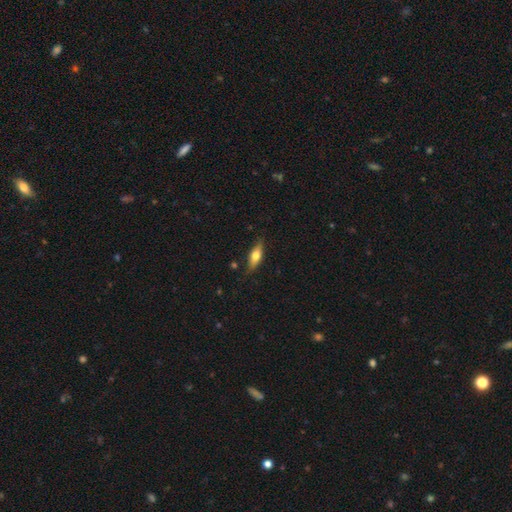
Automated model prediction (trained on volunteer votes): Smooth or featured?
  - smooth: 61% *
  - featured or disk: 32%
  - star or artifact: 6%
How rounded?
  - in between: 57% *
  - cigar-shaped: 40%
  - round: 3%
Merging?
  - none: 83% *
  - minor disturbance: 13%
  - major disturbance: 3%
  - merger: 2%